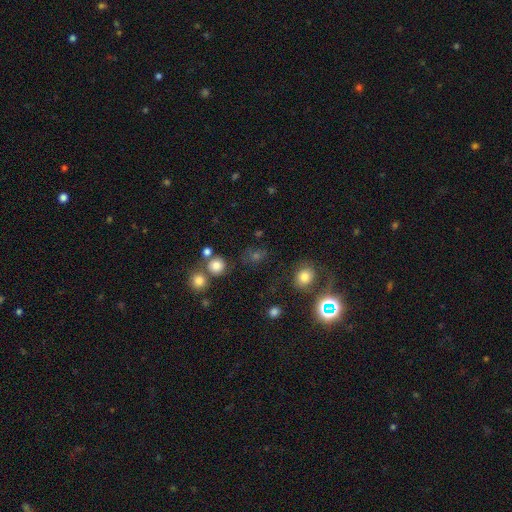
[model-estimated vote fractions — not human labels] Morphology: type=smooth (50%); roundness=round (70%); merging=none (70%).